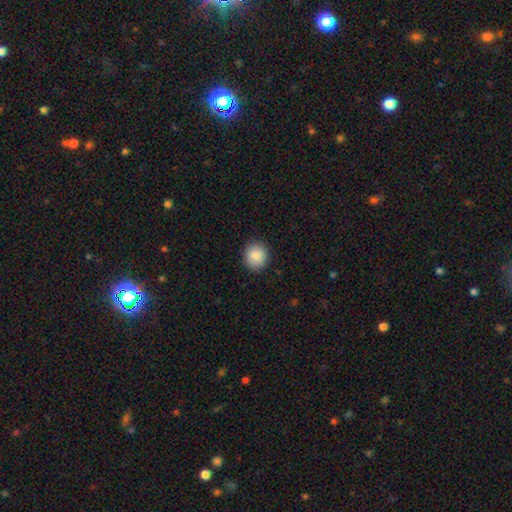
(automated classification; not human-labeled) smooth 88%, star or artifact 8%, featured or disk 5%. Down the decision tree: how rounded — round (82%); merging — none (90%).